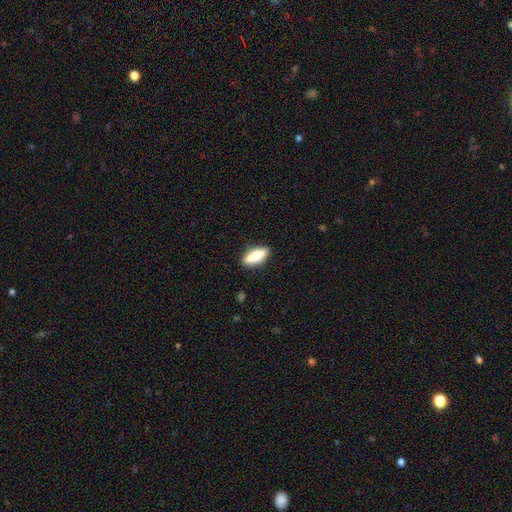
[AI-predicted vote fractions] Morphology: type=smooth (77%); roundness=in between (59%); merging=none (88%).